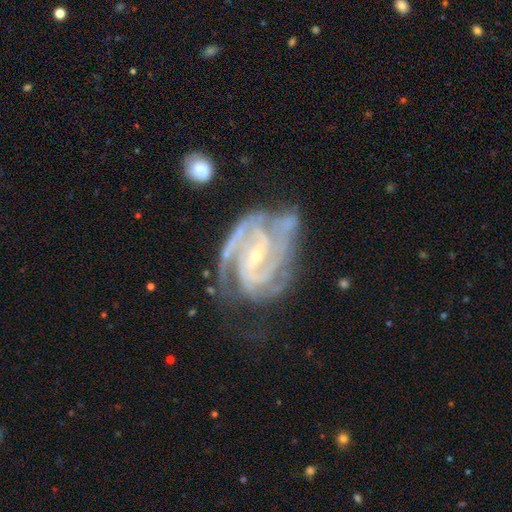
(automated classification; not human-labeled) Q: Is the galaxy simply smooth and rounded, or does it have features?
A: featured or disk — 92%.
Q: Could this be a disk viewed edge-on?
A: no — 97%.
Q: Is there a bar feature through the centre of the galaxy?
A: weak — 40%.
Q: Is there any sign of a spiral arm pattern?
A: yes — 98%.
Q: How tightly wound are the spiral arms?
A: tight — 56%.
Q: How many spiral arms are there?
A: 2 — 41%.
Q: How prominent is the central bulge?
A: small — 78%.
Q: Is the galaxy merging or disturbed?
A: none — 53%.